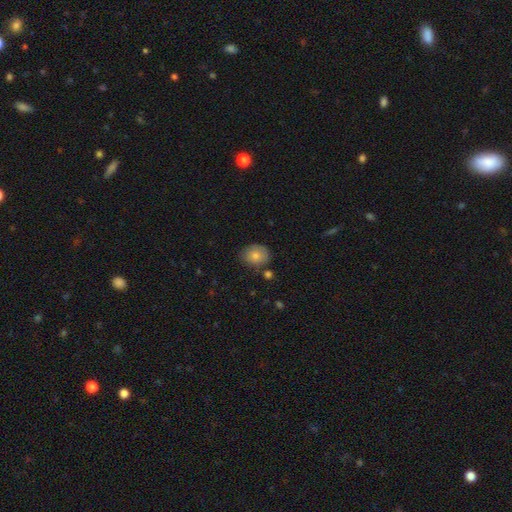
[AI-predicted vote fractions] This appears to be a smooth galaxy with no disk features (79%) that is round (50%). Merging: none (74%).